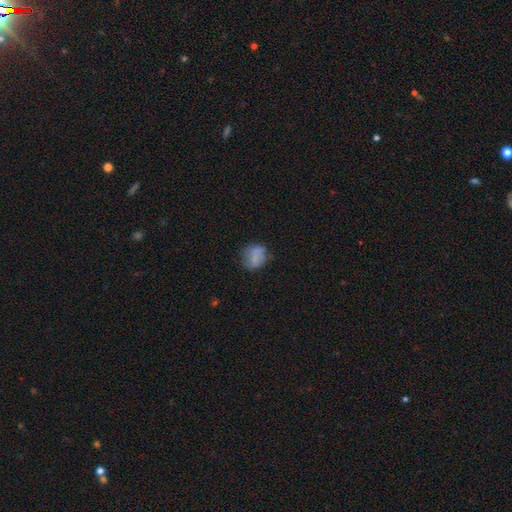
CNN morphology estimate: Smooth or featured? smooth (72%)
How rounded? round (69%)
Merging? none (65%)